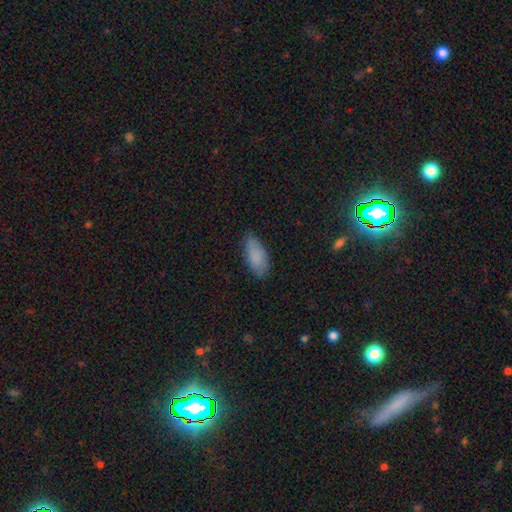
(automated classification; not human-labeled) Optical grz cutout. It shows a smooth galaxy with no disk features (86%) that is in between round and cigar-shaped (86%). Merging: none (74%).